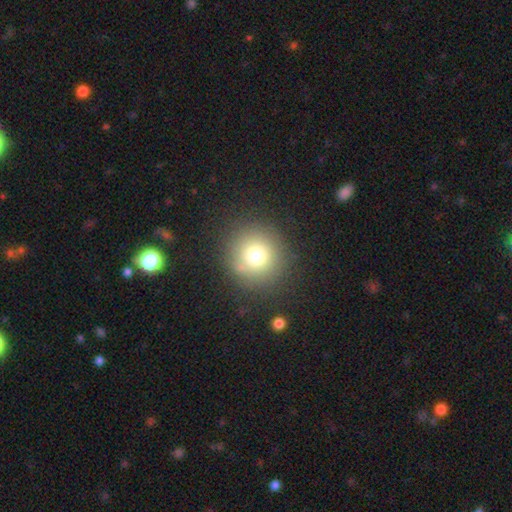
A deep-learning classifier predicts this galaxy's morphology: The model was most divided on "smooth or featured": smooth: 73%, star or artifact: 16%, featured or disk: 11%. More confident: how rounded — round (94%); merging — none (85%).